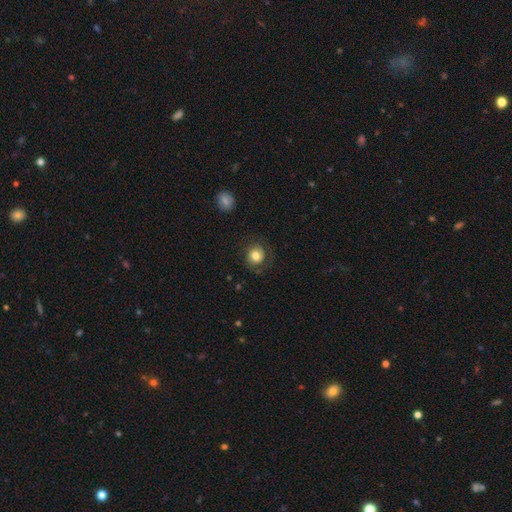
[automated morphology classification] A smooth galaxy with no disk features (69%) that is round (82%). Merging: none (70%).